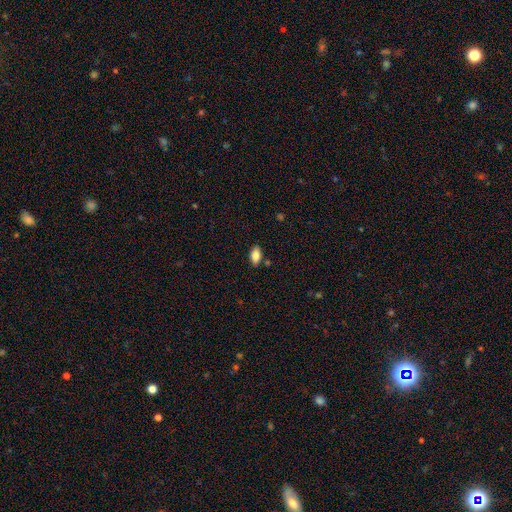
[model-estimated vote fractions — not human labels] Smooth or featured? smooth (84%)
How rounded? in between (92%)
Merging? none (83%)